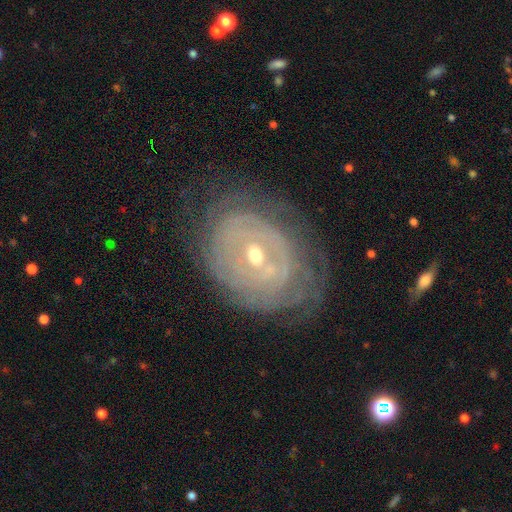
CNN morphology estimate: A featured or disk galaxy (81%) with no bar (52%), tight (82%) spiral arms (80%) and a small central bulge (50%). Merging: none (67%).